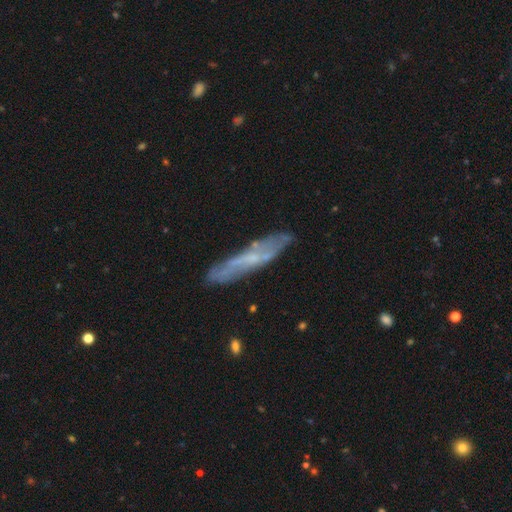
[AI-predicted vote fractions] smooth-or-featured: featured or disk: 61% | smooth: 29% | star or artifact: 10%
  disk-edge-on: yes: 58% | no: 42%
  merging: none: 80% | minor disturbance: 14% | major disturbance: 4% | merger: 2%